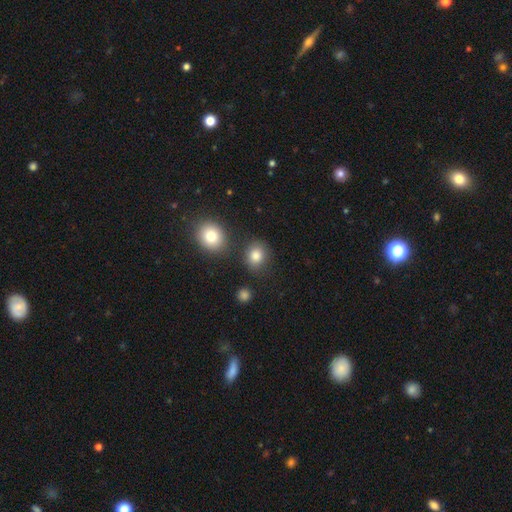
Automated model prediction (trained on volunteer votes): A smooth galaxy with no disk features (83%) that is round (67%).

Vote fractions:
- Smooth or featured? smooth: 83% / star or artifact: 11% / featured or disk: 6%
- How rounded? round: 67% / in between: 32% / cigar-shaped: 1%
- Merging? none: 78% / minor disturbance: 11% / merger: 7% / major disturbance: 4%